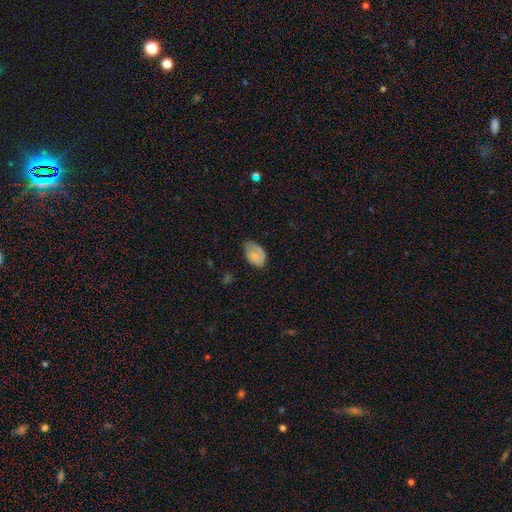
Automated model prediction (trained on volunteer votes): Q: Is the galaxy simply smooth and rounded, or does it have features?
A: smooth — 70%.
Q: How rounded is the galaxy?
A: in between — 89%.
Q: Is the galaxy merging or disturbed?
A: none — 48%.